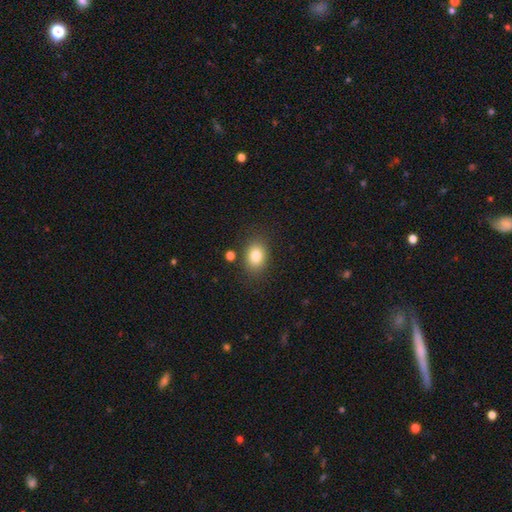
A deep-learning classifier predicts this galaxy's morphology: smooth-or-featured: smooth: 81% | star or artifact: 10% | featured or disk: 9%
  how-rounded: in between: 66% | round: 33% | cigar-shaped: 1%
  merging: none: 81% | minor disturbance: 11% | merger: 4% | major disturbance: 4%